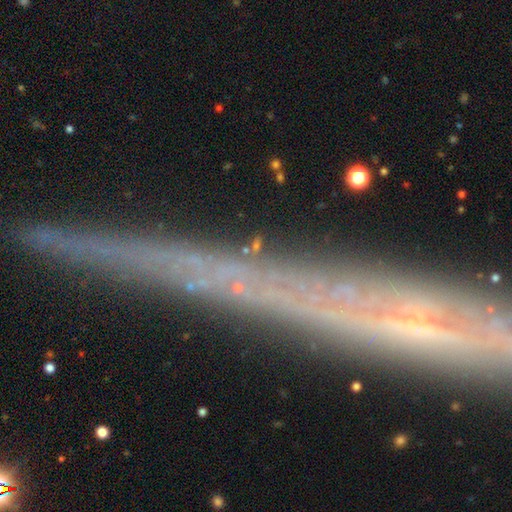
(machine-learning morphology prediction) type=featured or disk (44%); merging=none (86%).